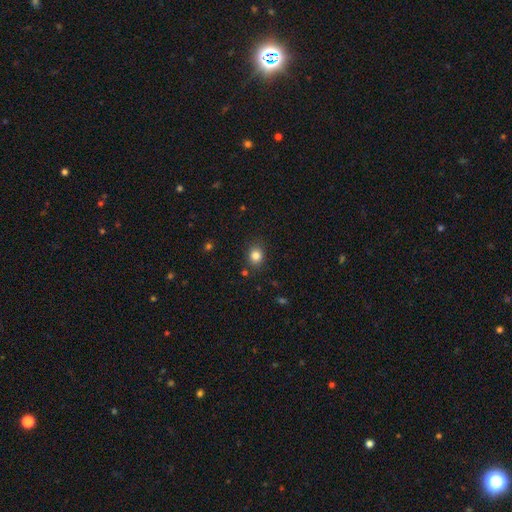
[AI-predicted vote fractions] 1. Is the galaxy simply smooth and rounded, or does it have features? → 83% smooth, 12% star or artifact, 5% featured or disk.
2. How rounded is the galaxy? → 68% round, 31% in between, 1% cigar-shaped.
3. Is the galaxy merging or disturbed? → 85% none, 10% minor disturbance, 3% major disturbance, 2% merger.